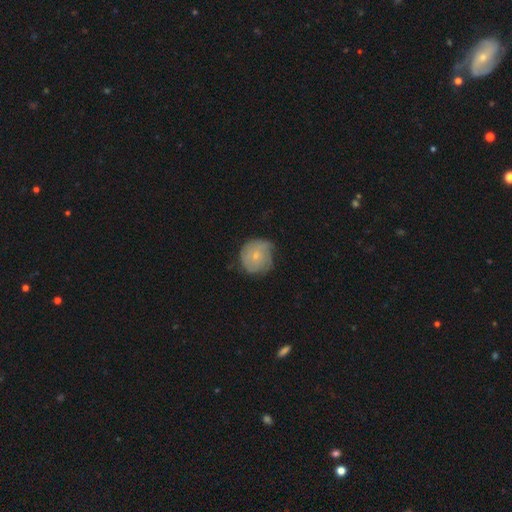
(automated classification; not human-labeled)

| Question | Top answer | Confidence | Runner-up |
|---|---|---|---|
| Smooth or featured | smooth | 47% | featured or disk (45%) |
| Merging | none | 59% | minor disturbance (30%) |